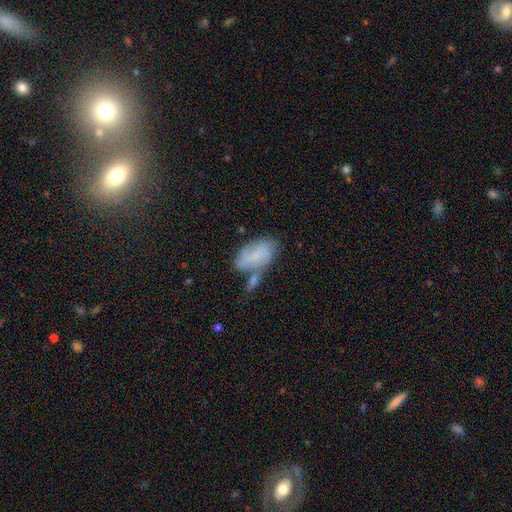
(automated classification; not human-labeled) A smooth galaxy with no disk features (62%) that is in between round and cigar-shaped (92%). Merging: none (42%).